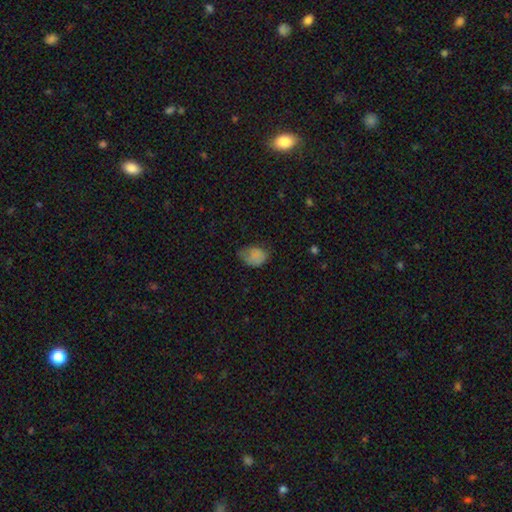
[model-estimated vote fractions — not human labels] A smooth galaxy with no disk features (78%) that is in between round and cigar-shaped (71%). Merging: minor disturbance (41%).